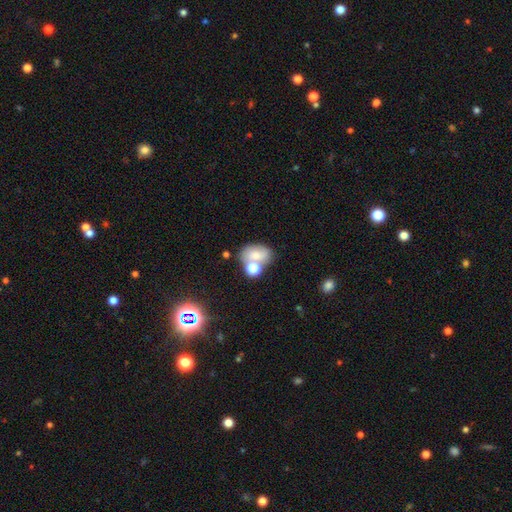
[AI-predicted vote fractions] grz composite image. It shows a smooth galaxy with no disk features (70%) that is in between round and cigar-shaped (74%). Merging: none (42%).